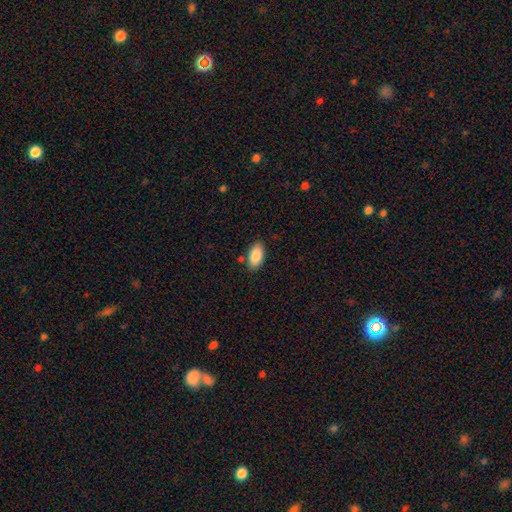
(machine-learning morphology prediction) This appears to be a smooth galaxy with no disk features (87%) that is in between round and cigar-shaped (93%). Merging: none (81%).